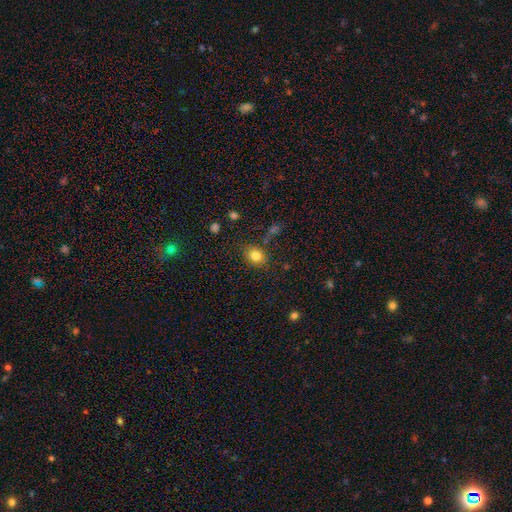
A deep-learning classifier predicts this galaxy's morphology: This appears to be a smooth galaxy with no disk features (81%) that is round (62%). Merging: none (82%).